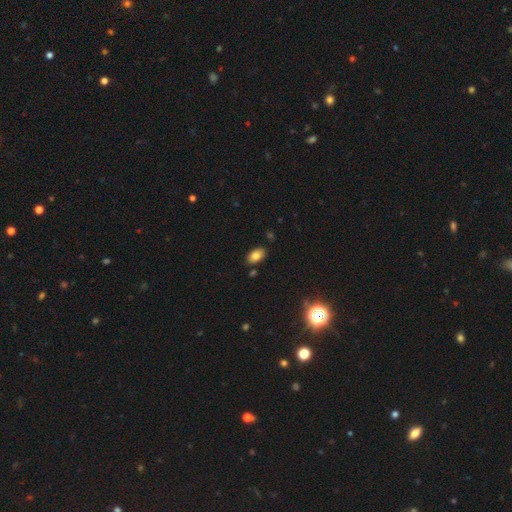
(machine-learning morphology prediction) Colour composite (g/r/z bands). It shows a smooth galaxy with no disk features (81%) that is in between round and cigar-shaped (92%). Merging: none (85%).